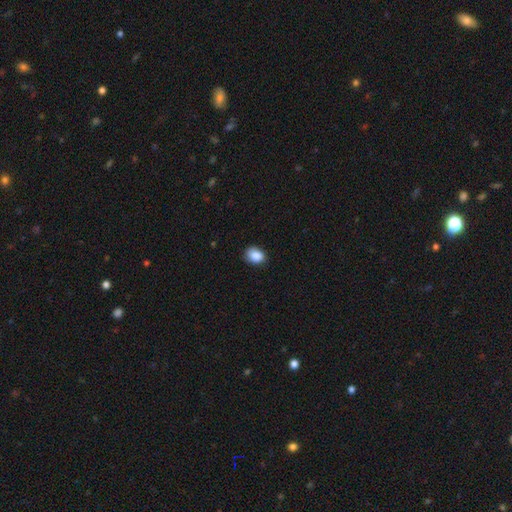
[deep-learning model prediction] Morphology: type=smooth (87%); roundness=in between (58%); merging=none (78%).